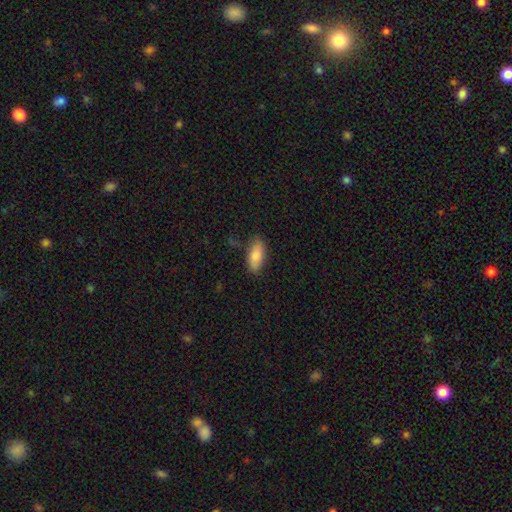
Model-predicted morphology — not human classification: Q: Smooth or featured?
A: smooth (84%); runner-up: featured or disk (9%)
Q: How rounded?
A: in between (85%); runner-up: cigar-shaped (13%)
Q: Merging?
A: none (79%); runner-up: minor disturbance (16%)